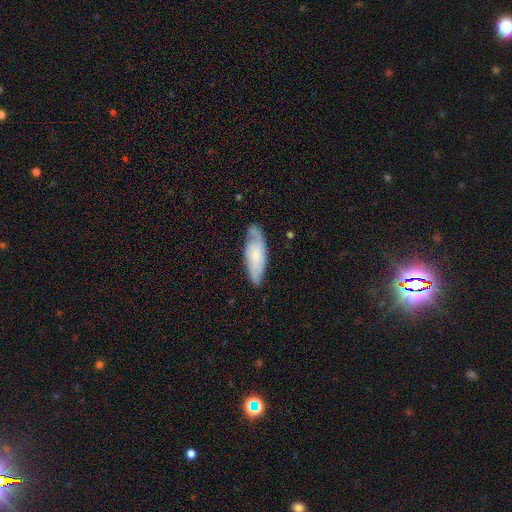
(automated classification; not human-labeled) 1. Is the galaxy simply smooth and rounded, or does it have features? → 53% featured or disk, 41% smooth, 6% star or artifact.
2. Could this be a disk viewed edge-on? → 83% no, 17% yes.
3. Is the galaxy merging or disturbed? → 71% none, 22% minor disturbance, 6% major disturbance, 2% merger.